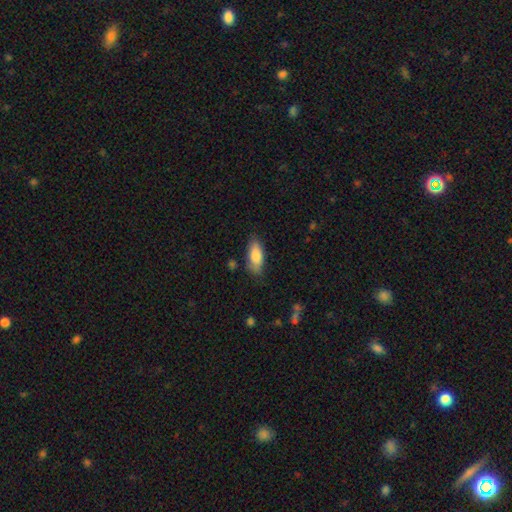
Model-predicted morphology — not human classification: A smooth galaxy with no disk features (82%) that is in between round and cigar-shaped (79%). Merging: none (79%).